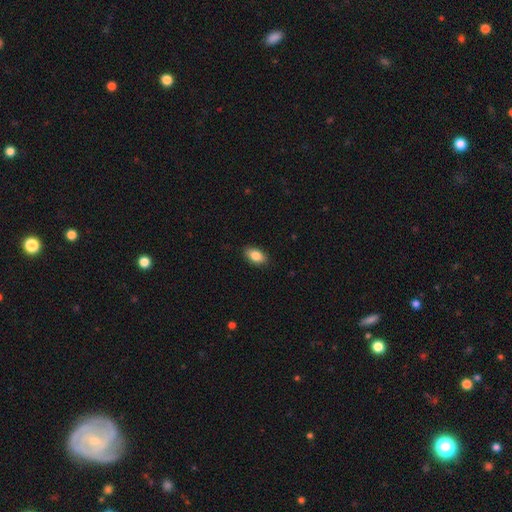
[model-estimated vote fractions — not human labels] A smooth galaxy with no disk features (86%) that is in between round and cigar-shaped (91%).

Vote fractions:
- Smooth or featured? smooth: 86% / star or artifact: 7% / featured or disk: 7%
- How rounded? in between: 91% / round: 6% / cigar-shaped: 3%
- Merging? none: 88% / minor disturbance: 9% / major disturbance: 2% / merger: 1%